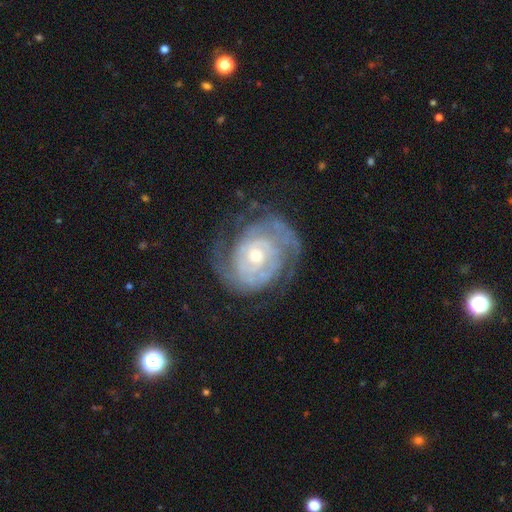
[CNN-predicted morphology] Smooth or featured: featured or disk — 85% (smooth — 9%)
Edge-on disk: no — 97% (yes — 3%)
Bar: no — 71% (weak — 24%)
Spiral arms: yes — 92% (no — 8%)
Spiral winding: tight — 68% (medium — 25%)
Spiral arm count: 2 — 37% (can't tell — 34%)
Bulge size: moderate — 48% (small — 47%)
Merging: none — 66% (minor disturbance — 20%)